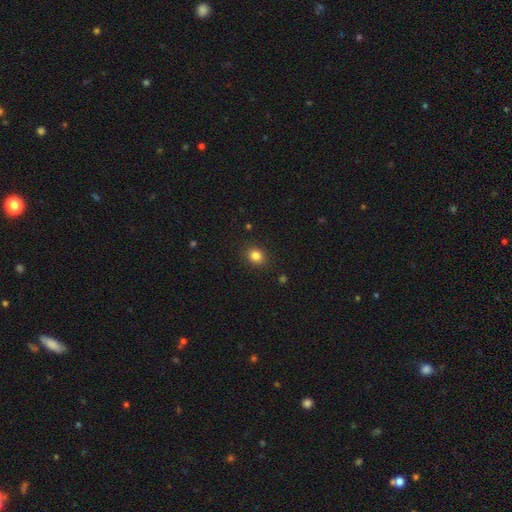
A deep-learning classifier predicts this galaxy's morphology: type=smooth (83%); roundness=round (68%); merging=none (89%).